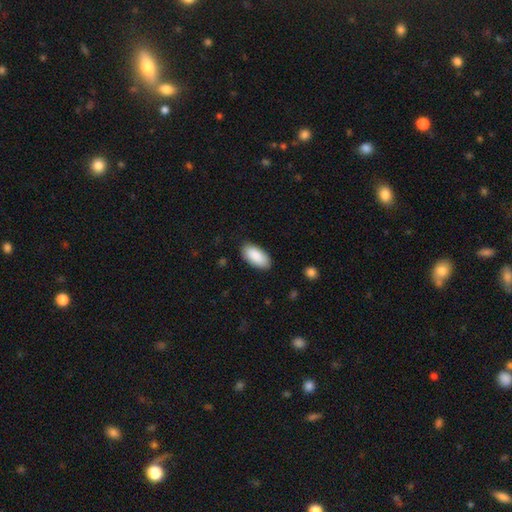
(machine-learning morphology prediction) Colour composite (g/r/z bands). It shows a smooth galaxy with no disk features (91%) that is in between round and cigar-shaped (94%). Merging: none (87%).